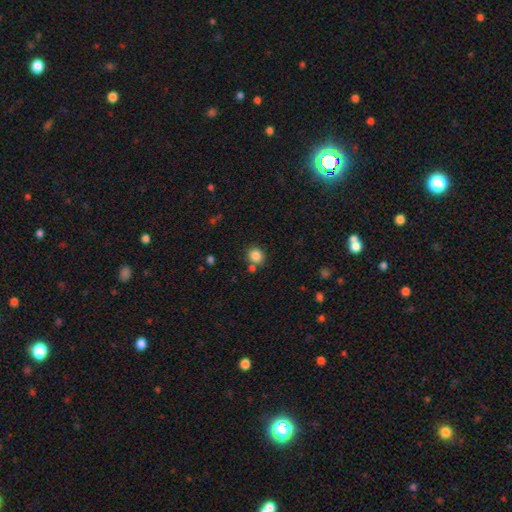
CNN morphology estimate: Smooth or featured? Predicted: smooth (p=0.84). How rounded? Predicted: round (p=0.80). Merging? Predicted: none (p=0.74).